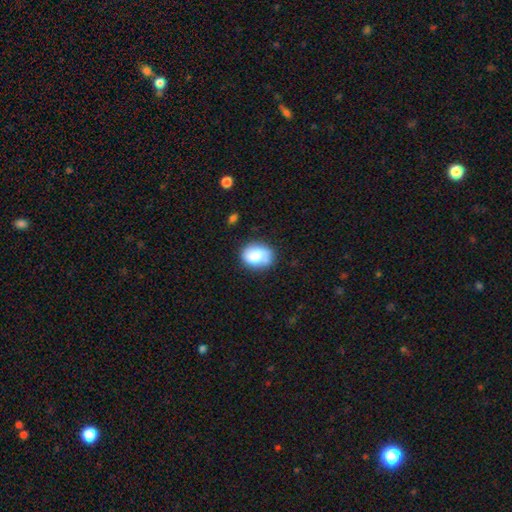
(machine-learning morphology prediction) Smooth or featured?
  - smooth: 76% *
  - featured or disk: 16%
  - star or artifact: 8%
How rounded?
  - in between: 55% *
  - round: 44%
  - cigar-shaped: 1%
Merging?
  - none: 67% *
  - minor disturbance: 22%
  - major disturbance: 6%
  - merger: 5%